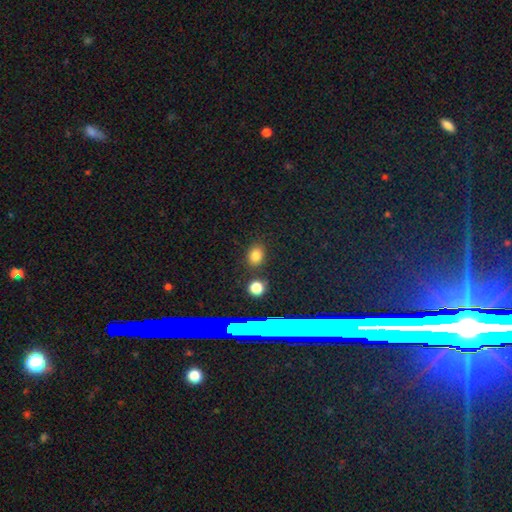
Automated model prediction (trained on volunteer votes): smooth-or-featured: smooth: 79% | star or artifact: 15% | featured or disk: 6%
  how-rounded: in between: 54% | round: 44% | cigar-shaped: 2%
  merging: none: 84% | minor disturbance: 9% | merger: 4% | major disturbance: 3%